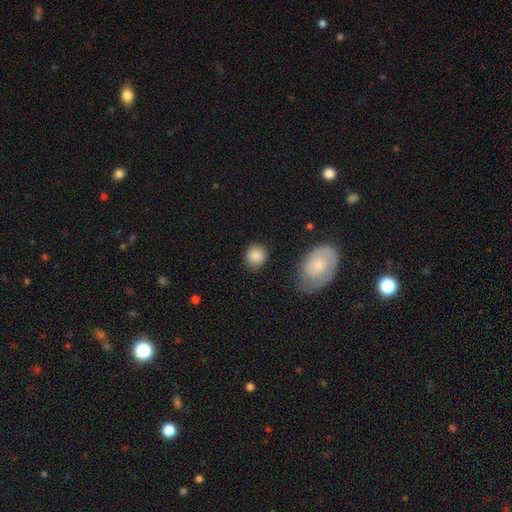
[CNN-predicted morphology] Smooth or featured? smooth (86%)
How rounded? round (82%)
Merging? none (81%)